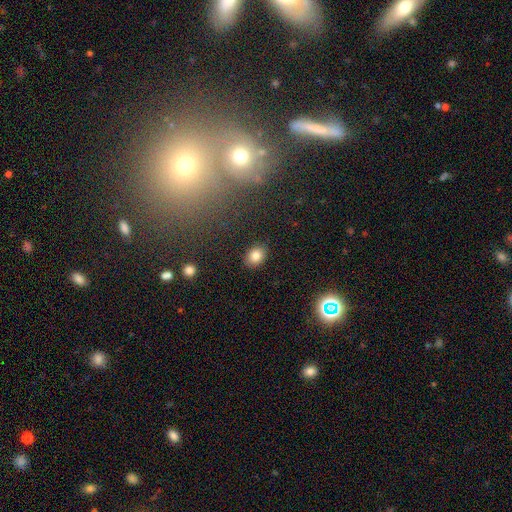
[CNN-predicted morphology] A smooth galaxy with no disk features (83%) that is in between round and cigar-shaped (65%). Merging: none (88%).